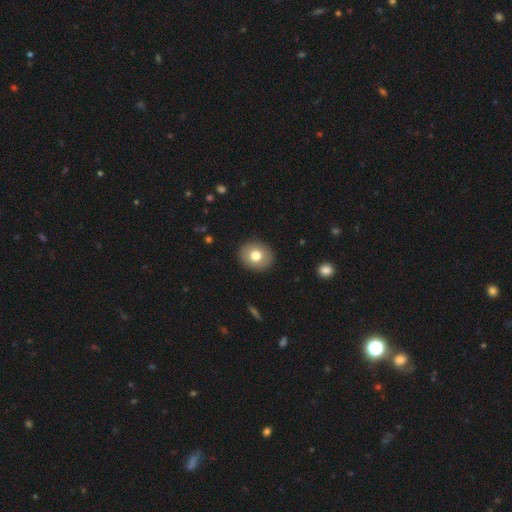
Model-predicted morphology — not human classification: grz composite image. It shows a smooth galaxy with no disk features (76%) that is round (67%). Merging: none (91%).